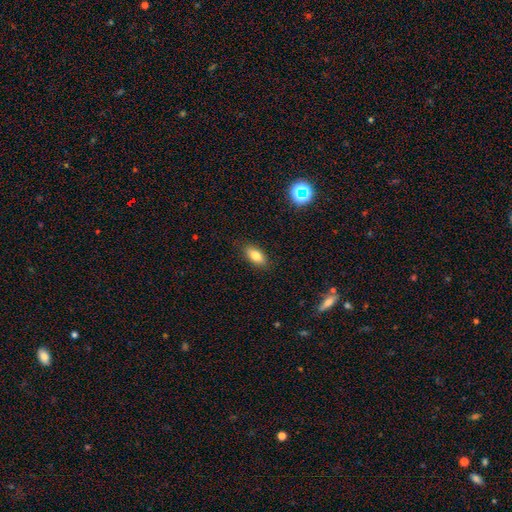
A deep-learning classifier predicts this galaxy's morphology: This is clearly a smooth galaxy (80%). How rounded: clearly in between (89%). Merging: clearly none (87%).